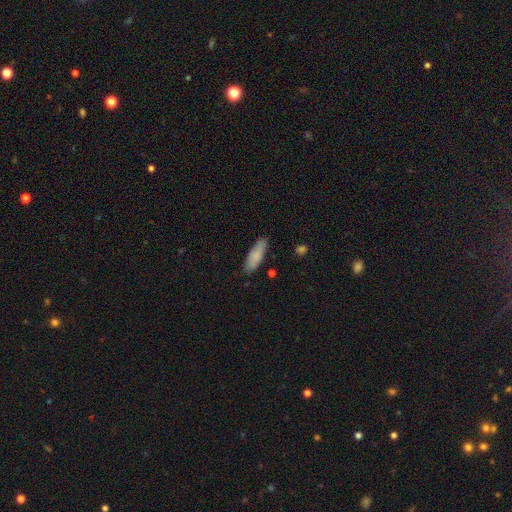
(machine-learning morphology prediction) smooth 83%, featured or disk 11%, star or artifact 6%. Down the decision tree: how rounded — in between (53%); merging — none (83%).